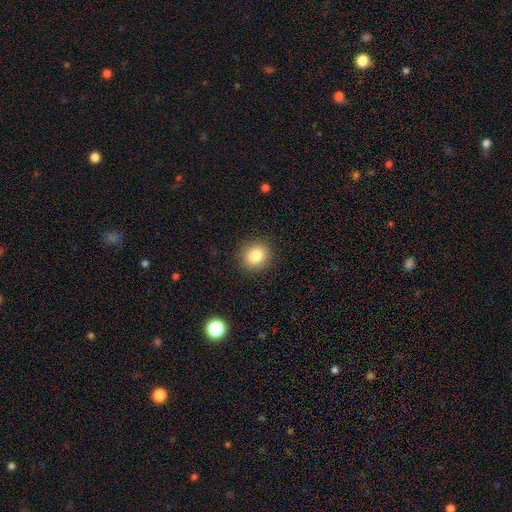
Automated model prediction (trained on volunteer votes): Smooth or featured? smooth (83%)
How rounded? round (87%)
Merging? none (91%)